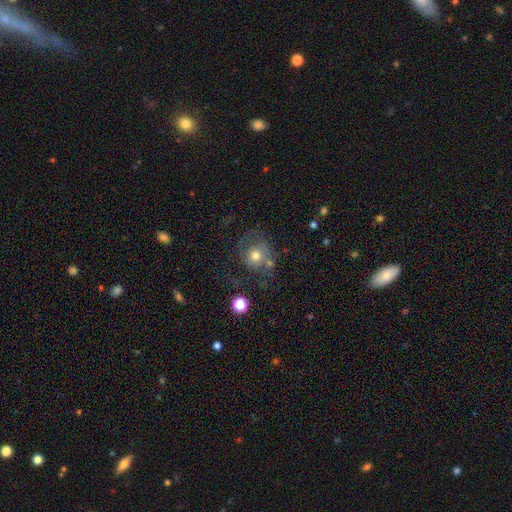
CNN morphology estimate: The model was most divided on "smooth or featured": featured or disk: 45%, smooth: 43%, star or artifact: 11%. Remaining: merging — none (50%).